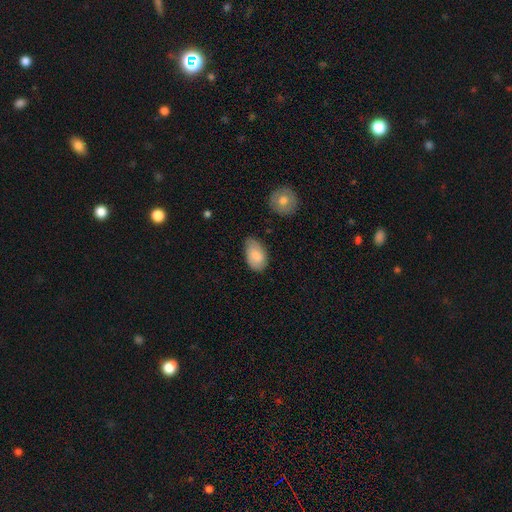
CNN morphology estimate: A smooth galaxy with no disk features (81%) that is in between round and cigar-shaped (92%). Merging: none (63%).